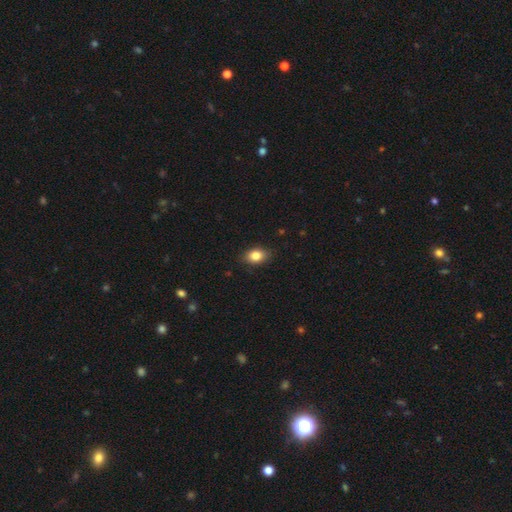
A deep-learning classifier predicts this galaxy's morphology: smooth_or_featured: smooth (p=0.84) [alt: star or artifact p=0.09]
how_rounded: in between (p=0.78) [alt: round p=0.20]
merging: none (p=0.85) [alt: minor disturbance p=0.12]